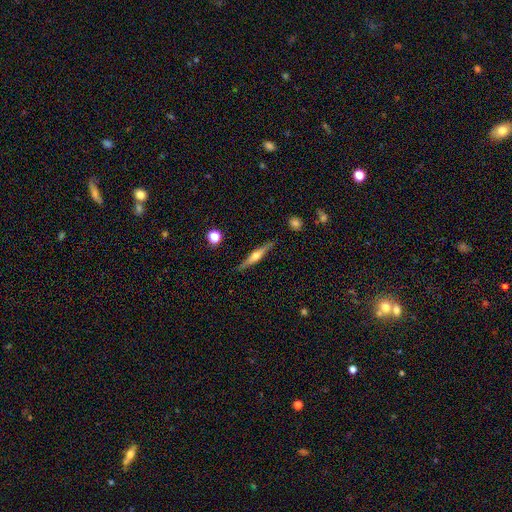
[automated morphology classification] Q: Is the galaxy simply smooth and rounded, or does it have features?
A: featured or disk — 70%.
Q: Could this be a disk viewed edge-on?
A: yes — 97%.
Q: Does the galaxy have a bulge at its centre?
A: rounded — 89%.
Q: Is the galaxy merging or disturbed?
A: none — 88%.